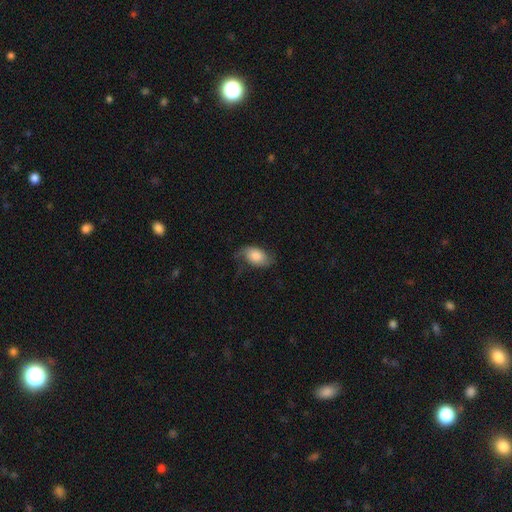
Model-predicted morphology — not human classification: This appears to be a smooth galaxy with no disk features (63%) that is in between round and cigar-shaped (89%). Merging: none (54%).